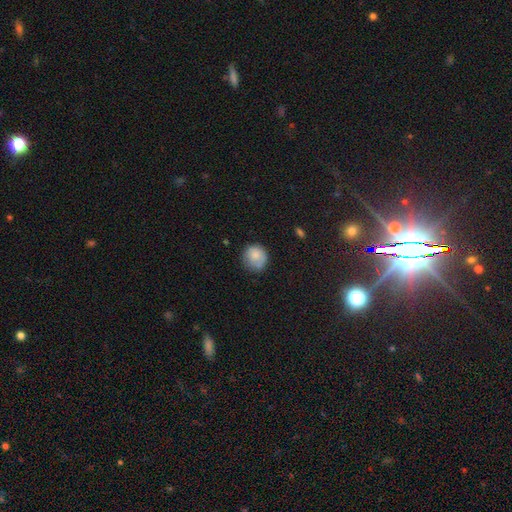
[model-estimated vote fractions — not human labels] Smooth or featured? Predicted: smooth (p=0.76). How rounded? Predicted: round (p=0.87). Merging? Predicted: none (p=0.63).